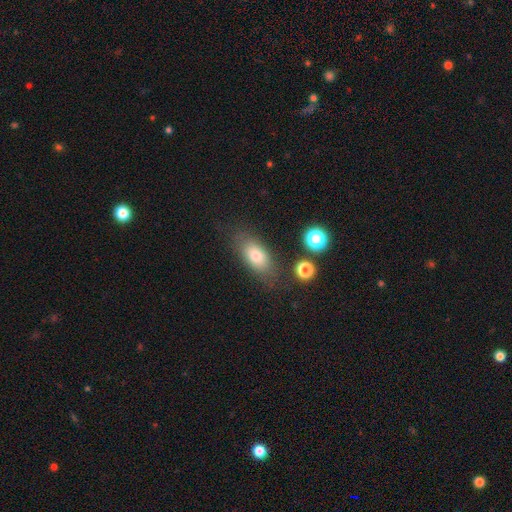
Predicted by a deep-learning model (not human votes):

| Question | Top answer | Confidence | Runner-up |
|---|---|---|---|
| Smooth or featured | smooth | 77% | featured or disk (14%) |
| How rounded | in between | 84% | cigar-shaped (10%) |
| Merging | none | 76% | minor disturbance (15%) |